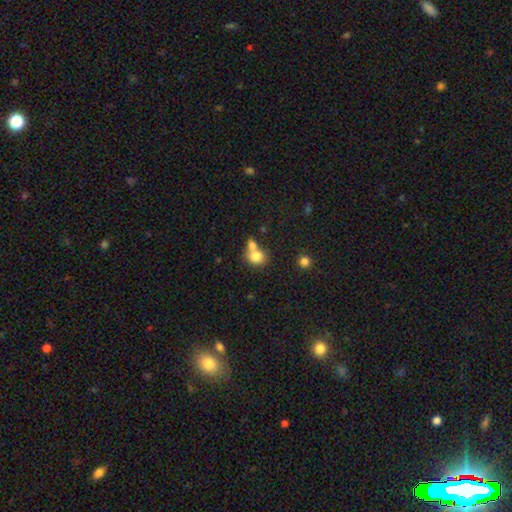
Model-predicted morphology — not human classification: Smooth or featured: smooth — 79% (featured or disk — 12%)
How rounded: round — 65% (in between — 34%)
Merging: merger — 54% (none — 34%)